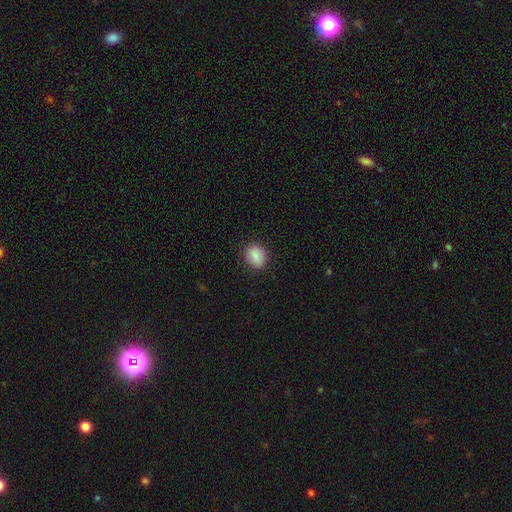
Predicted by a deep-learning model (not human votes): This appears to be a smooth galaxy with no disk features (87%) that is round (56%). Merging: none (87%).